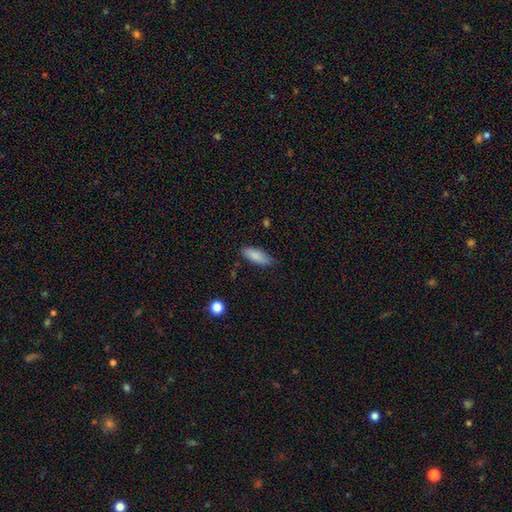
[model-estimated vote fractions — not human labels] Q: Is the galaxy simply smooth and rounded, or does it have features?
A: smooth — 86%.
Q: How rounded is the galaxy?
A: in between — 73%.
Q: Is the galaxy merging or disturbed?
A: none — 77%.